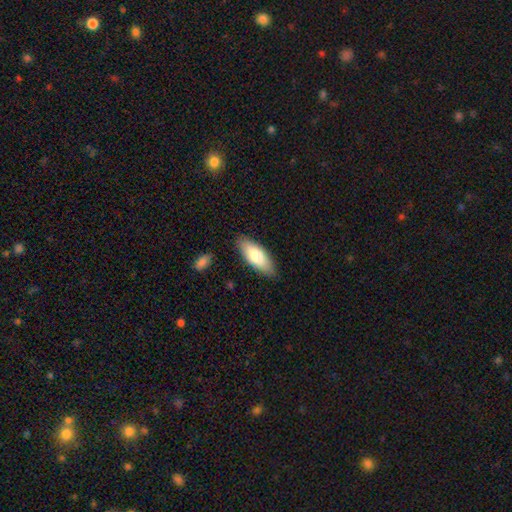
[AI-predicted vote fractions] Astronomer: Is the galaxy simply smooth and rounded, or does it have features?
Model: smooth — 79%.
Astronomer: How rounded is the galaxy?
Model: in between — 75%.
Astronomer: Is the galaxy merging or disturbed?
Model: none — 86%.